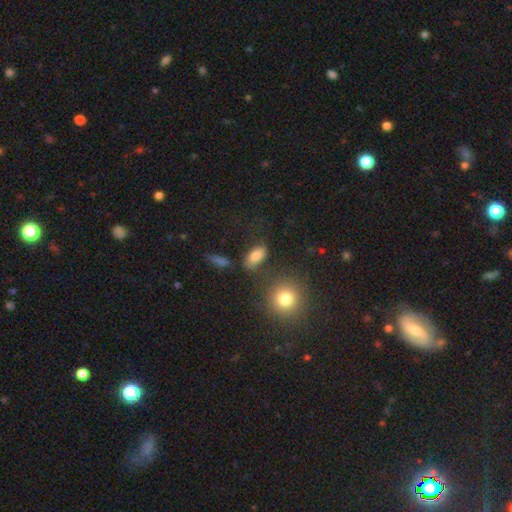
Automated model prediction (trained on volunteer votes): Q: Smooth or featured?
A: smooth (81%); runner-up: star or artifact (11%)
Q: How rounded?
A: in between (86%); runner-up: round (8%)
Q: Merging?
A: none (69%); runner-up: minor disturbance (16%)